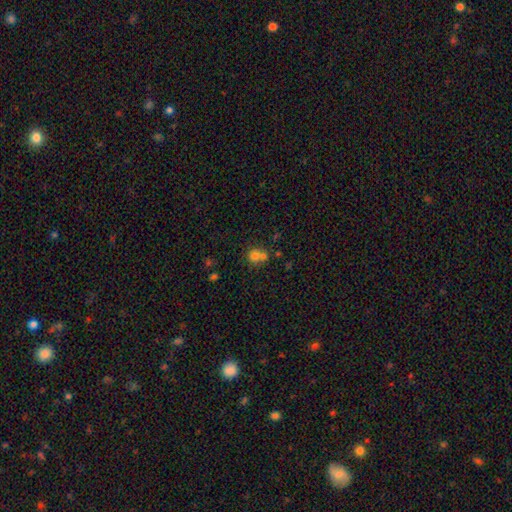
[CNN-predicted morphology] The model was most divided on "merging": merger: 48%, none: 42%, minor disturbance: 7%, major disturbance: 3%. More confident: how rounded — round (85%); smooth or featured — smooth (72%).